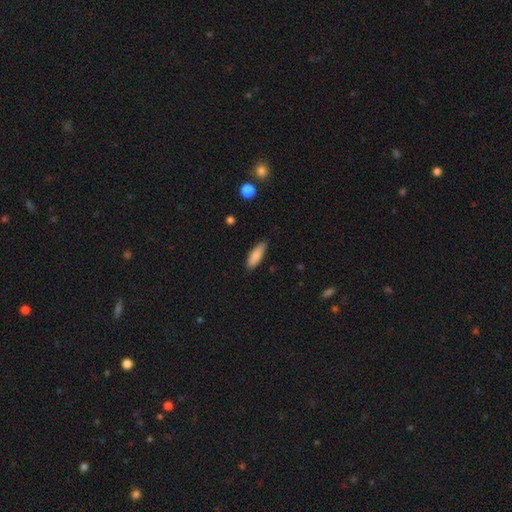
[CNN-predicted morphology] Smooth or featured? Predicted: smooth (p=0.85). How rounded? Predicted: in between (p=0.53). Merging? Predicted: none (p=0.82).